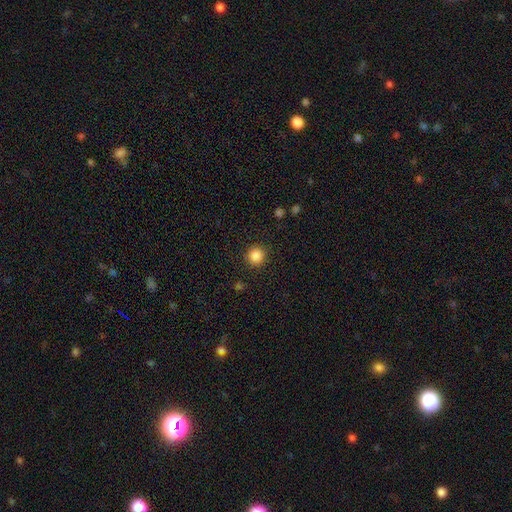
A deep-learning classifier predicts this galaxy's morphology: The model was most divided on "smooth or featured": smooth: 86%, star or artifact: 10%, featured or disk: 3%. More confident: how rounded — round (94%); merging — none (90%).